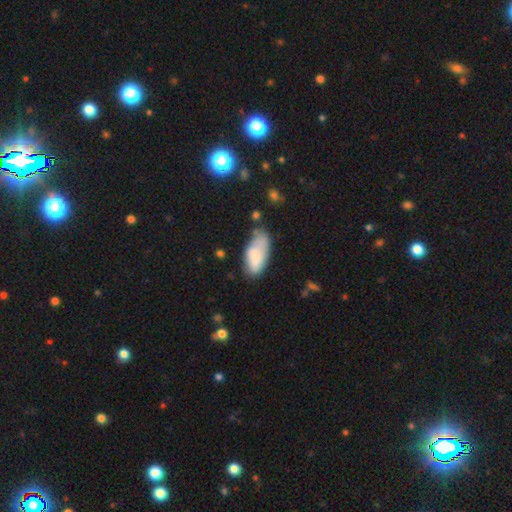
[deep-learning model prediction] A smooth galaxy with no disk features (77%) that is in between round and cigar-shaped (89%).

Vote fractions:
- Smooth or featured? smooth: 77% / featured or disk: 16% / star or artifact: 7%
- How rounded? in between: 89% / cigar-shaped: 9% / round: 2%
- Merging? none: 47% / minor disturbance: 32% / major disturbance: 12% / merger: 9%